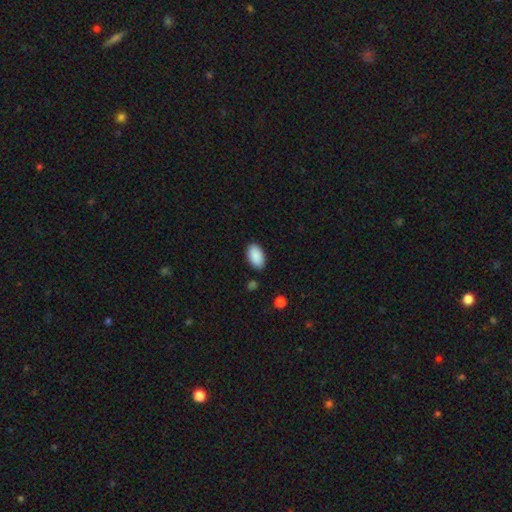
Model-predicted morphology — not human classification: This is clearly a smooth galaxy (90%). How rounded: clearly in between (95%). Merging: clearly none (86%).